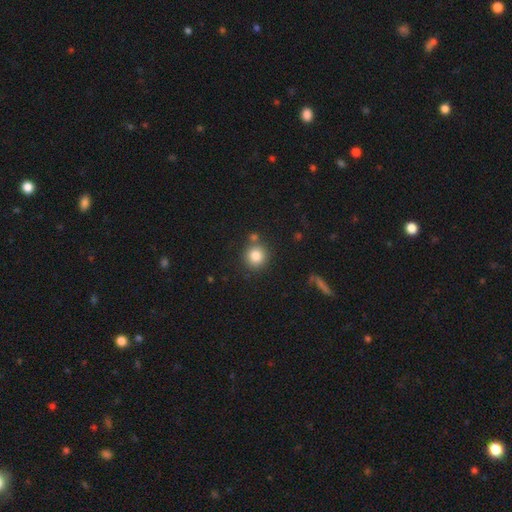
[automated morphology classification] smooth 83%, star or artifact 10%, featured or disk 7%. Down the decision tree: how rounded — round (90%); merging — none (78%).